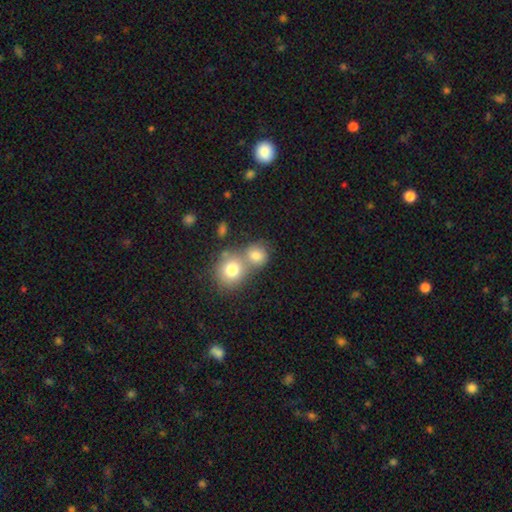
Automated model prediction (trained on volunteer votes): Smooth or featured: smooth — 78% (featured or disk — 11%)
How rounded: round — 77% (in between — 22%)
Merging: merger — 52% (none — 37%)